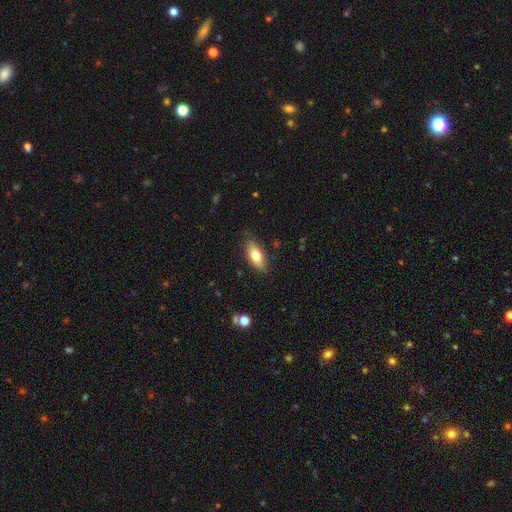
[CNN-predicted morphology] smooth 74%, featured or disk 19%, star or artifact 7%. Down the decision tree: how rounded — in between (78%); merging — none (83%).